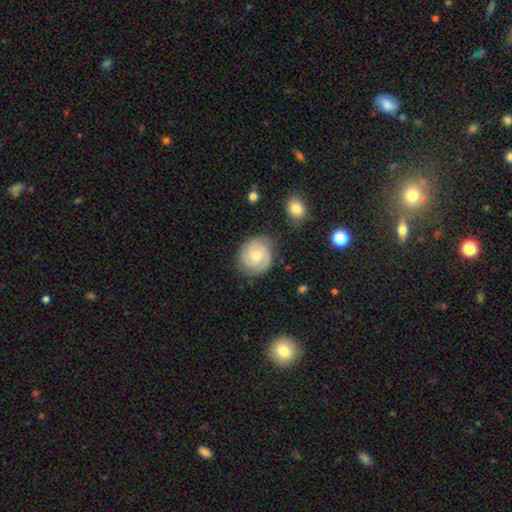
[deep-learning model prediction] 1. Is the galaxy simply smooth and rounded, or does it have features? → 75% featured or disk, 19% smooth, 6% star or artifact.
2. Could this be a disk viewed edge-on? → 98% no, 2% yes.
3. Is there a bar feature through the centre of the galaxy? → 67% no, 28% weak, 4% strong.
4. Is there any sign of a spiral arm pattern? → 94% yes, 6% no.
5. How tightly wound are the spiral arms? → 64% tight, 30% medium, 6% loose.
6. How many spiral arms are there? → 67% 2, 14% 3, 12% can't tell, 3% 1, 2% 4, 2% more than 4.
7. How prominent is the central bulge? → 55% moderate, 41% small, 2% large, 1% none, 1% dominant.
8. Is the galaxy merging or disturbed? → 82% none, 13% minor disturbance, 4% major disturbance, 2% merger.